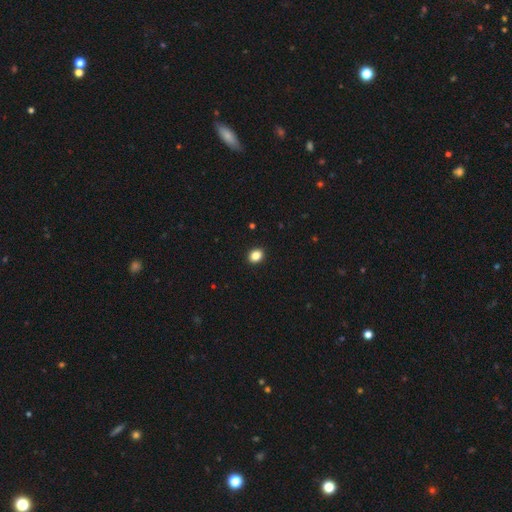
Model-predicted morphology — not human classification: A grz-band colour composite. It shows a smooth galaxy with no disk features (86%) that is round (51%). Merging: none (92%).